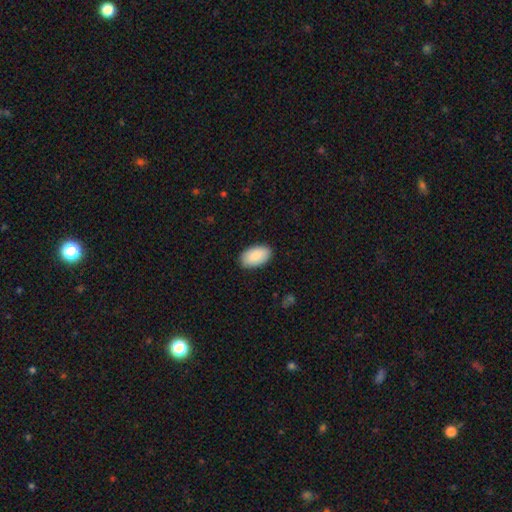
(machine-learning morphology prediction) smooth-or-featured: smooth: 88% | featured or disk: 6% | star or artifact: 6%
  how-rounded: in between: 95% | round: 3% | cigar-shaped: 1%
  merging: none: 88% | minor disturbance: 9% | major disturbance: 2% | merger: 1%